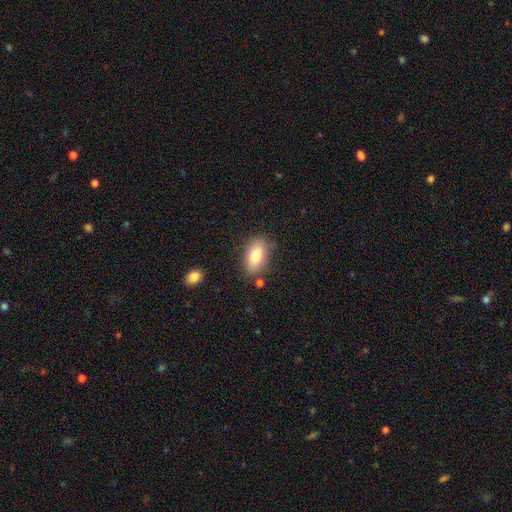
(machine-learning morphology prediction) Overall: smooth (82%). How rounded: in between (91%). Merging: none (79%).